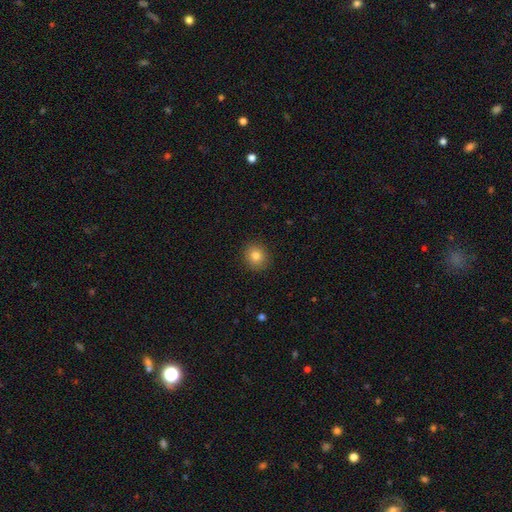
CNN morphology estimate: A smooth galaxy with no disk features (82%) that is round (82%).

Vote fractions:
- Smooth or featured? smooth: 82% / star or artifact: 11% / featured or disk: 7%
- How rounded? round: 82% / in between: 17% / cigar-shaped: 1%
- Merging? none: 91% / minor disturbance: 6% / major disturbance: 2% / merger: 1%